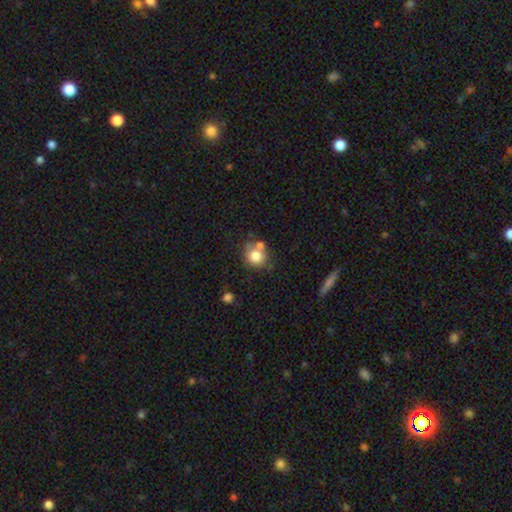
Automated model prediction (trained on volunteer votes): This appears to be a smooth galaxy with no disk features (78%) that is round (84%). Merging: none (57%).